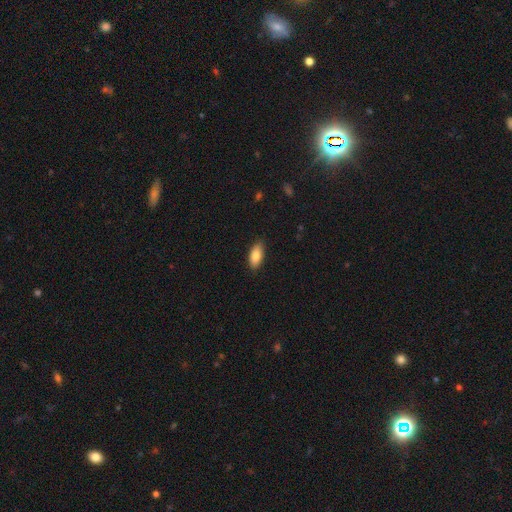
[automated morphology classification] The model was most divided on "merging": none: 85%, minor disturbance: 12%, major disturbance: 2%, merger: 1%. More confident: how rounded — in between (88%); smooth or featured — smooth (86%).